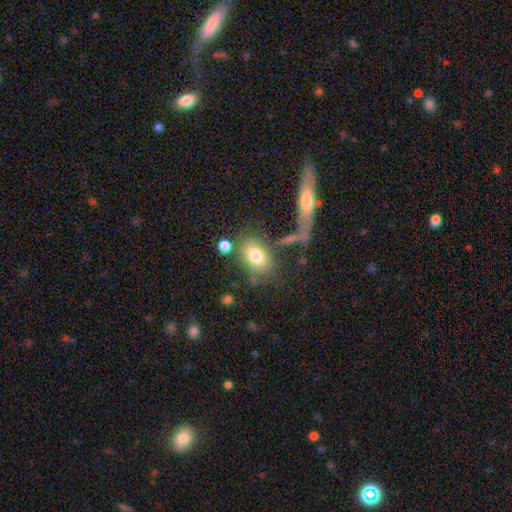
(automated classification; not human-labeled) smooth-or-featured: smooth: 77% | featured or disk: 14% | star or artifact: 9%
  how-rounded: in between: 77% | round: 21% | cigar-shaped: 2%
  merging: none: 61% | merger: 15% | minor disturbance: 14% | major disturbance: 10%